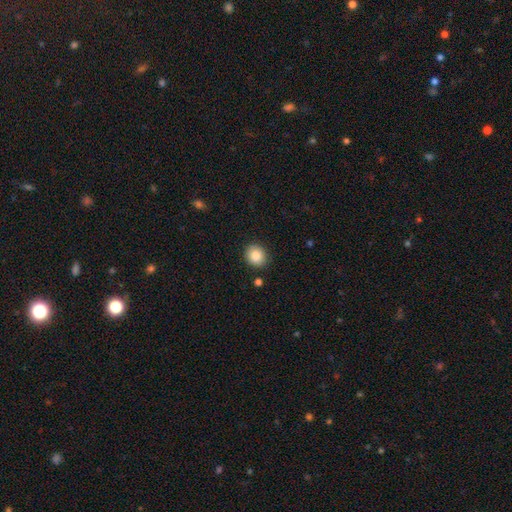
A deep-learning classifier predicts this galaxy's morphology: This appears to be a smooth galaxy with no disk features (85%) that is round (77%). Merging: none (88%).